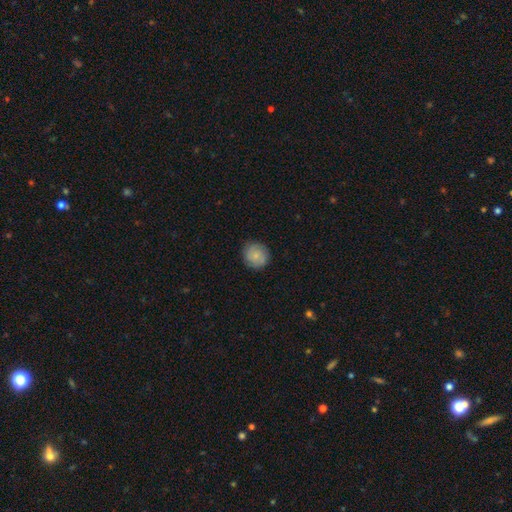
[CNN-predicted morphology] type=smooth (69%); roundness=round (88%); merging=none (87%).